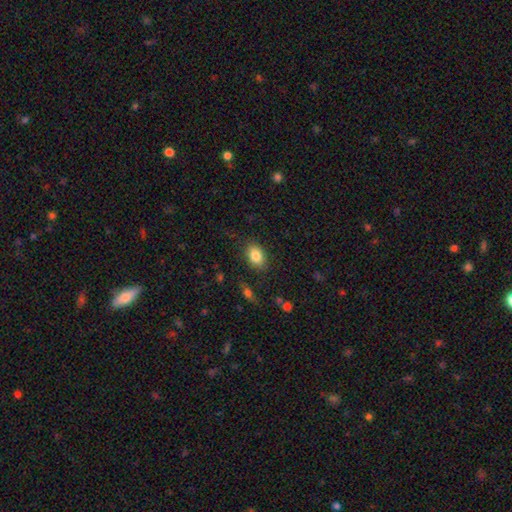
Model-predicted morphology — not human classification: Smooth or featured: smooth — 85% (star or artifact — 8%)
How rounded: in between — 81% (round — 17%)
Merging: none — 83% (minor disturbance — 12%)